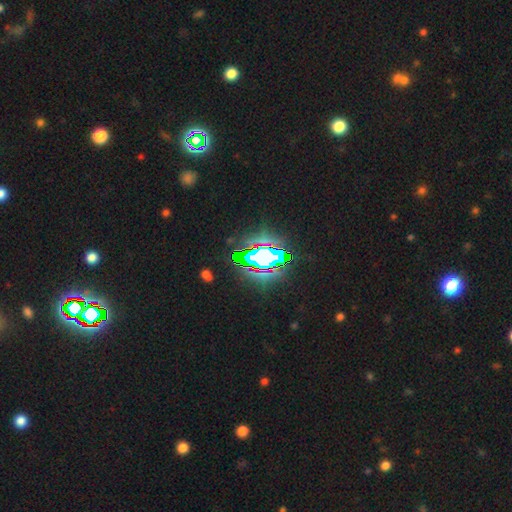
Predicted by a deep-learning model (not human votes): Smooth or featured? Predicted: star or artifact (p=0.79).